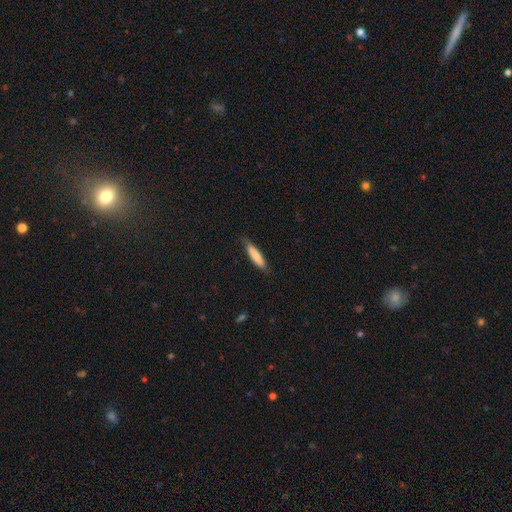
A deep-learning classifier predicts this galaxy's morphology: smooth_or_featured: smooth (p=0.79) [alt: featured or disk p=0.15]
how_rounded: cigar-shaped (p=0.84) [alt: in between p=0.15]
merging: none (p=0.80) [alt: minor disturbance p=0.16]